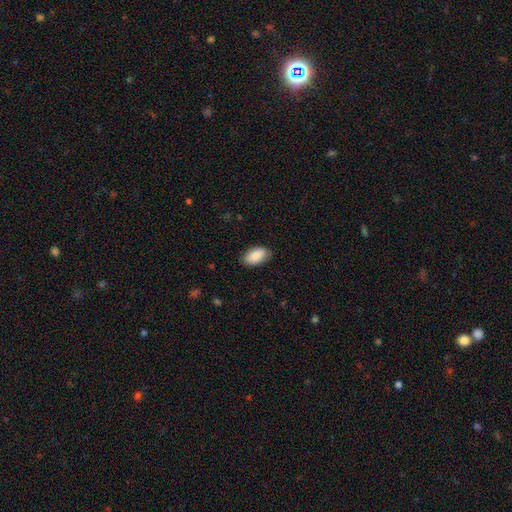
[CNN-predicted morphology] Smooth or featured: smooth — 87% (featured or disk — 7%)
How rounded: in between — 94% (round — 4%)
Merging: none — 84% (minor disturbance — 13%)